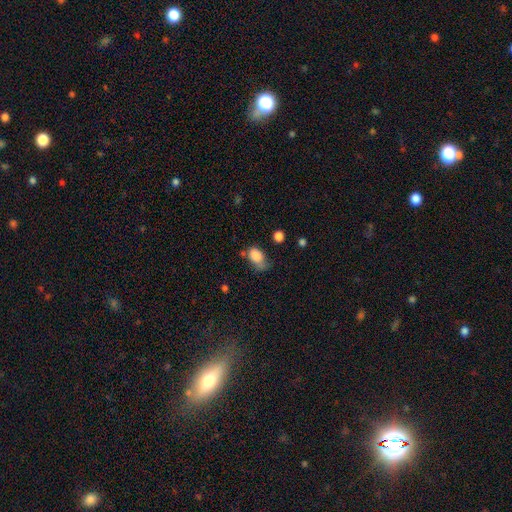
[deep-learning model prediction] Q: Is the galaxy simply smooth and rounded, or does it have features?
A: smooth — 81%.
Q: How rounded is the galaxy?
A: in between — 80%.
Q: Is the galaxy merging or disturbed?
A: minor disturbance — 37%.